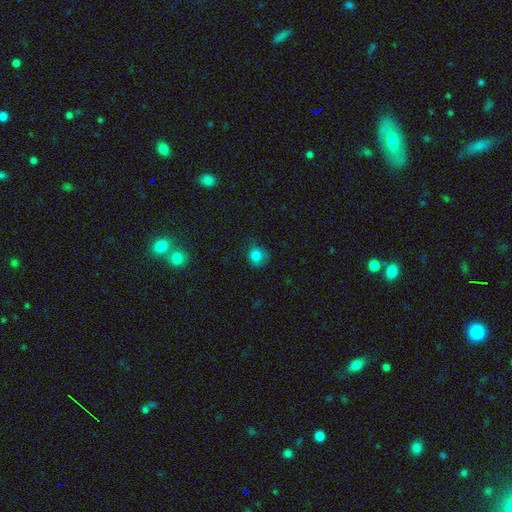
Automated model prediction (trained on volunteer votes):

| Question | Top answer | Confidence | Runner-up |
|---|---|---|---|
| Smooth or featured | smooth | 82% | star or artifact (12%) |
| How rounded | round | 83% | in between (16%) |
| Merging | none | 72% | minor disturbance (22%) |